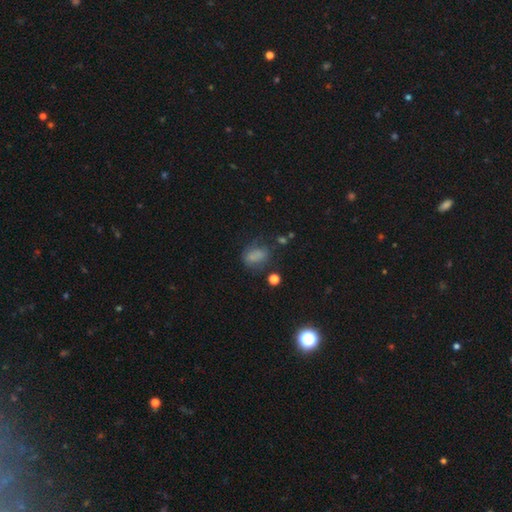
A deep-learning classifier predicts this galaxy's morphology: smooth_or_featured: smooth (p=0.68) [alt: featured or disk p=0.16]
how_rounded: in between (p=0.67) [alt: round p=0.31]
merging: none (p=0.49) [alt: minor disturbance p=0.26]